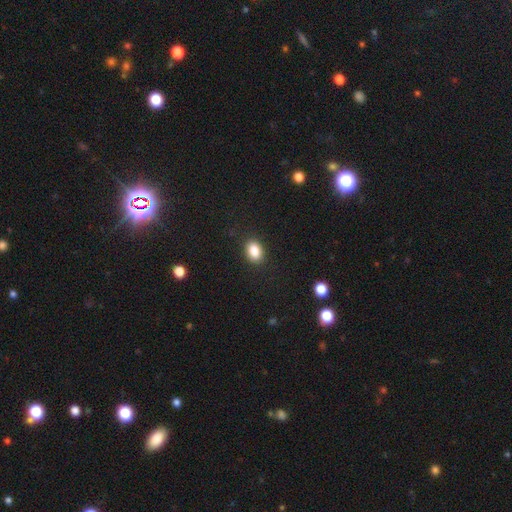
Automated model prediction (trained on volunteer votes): Morphology: type=smooth (63%); roundness=round (58%); merging=none (88%).